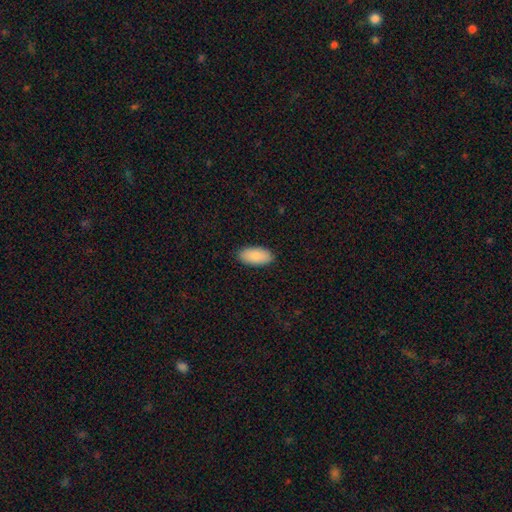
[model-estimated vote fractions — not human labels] A smooth galaxy with no disk features (90%) that is in between round and cigar-shaped (94%). Merging: none (89%).